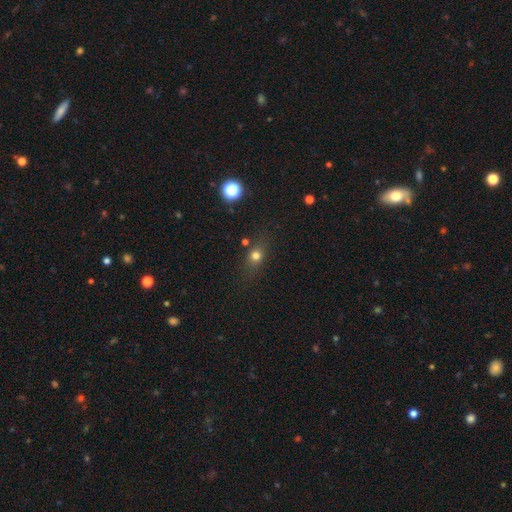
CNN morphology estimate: A smooth galaxy with no disk features (69%) that is round (55%). Merging: none (75%).